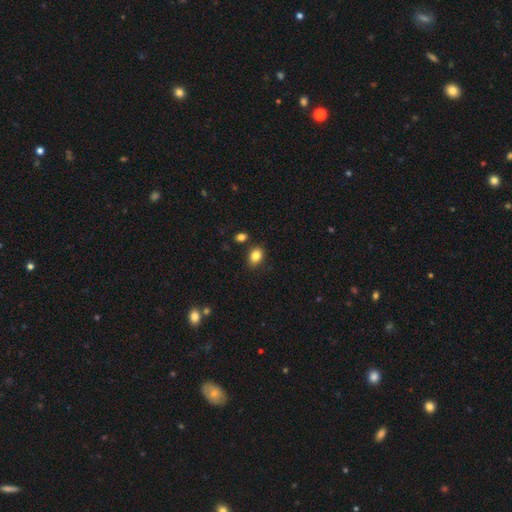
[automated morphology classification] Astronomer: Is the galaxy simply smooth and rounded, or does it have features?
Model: smooth — 85%.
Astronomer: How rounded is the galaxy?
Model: in between — 75%.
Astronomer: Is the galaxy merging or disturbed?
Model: none — 82%.